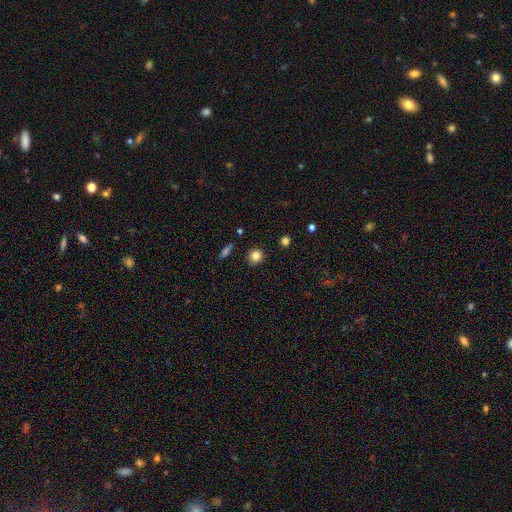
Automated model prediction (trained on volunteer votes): Smooth or featured: smooth — 83% (star or artifact — 11%)
How rounded: round — 87% (in between — 12%)
Merging: none — 88% (minor disturbance — 8%)